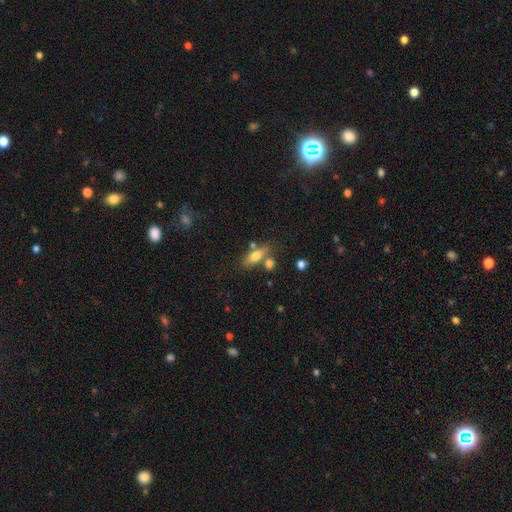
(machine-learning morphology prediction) Overall: smooth (68%). How rounded: in between (62%; cigar-shaped 34%). Merging: none (61%).